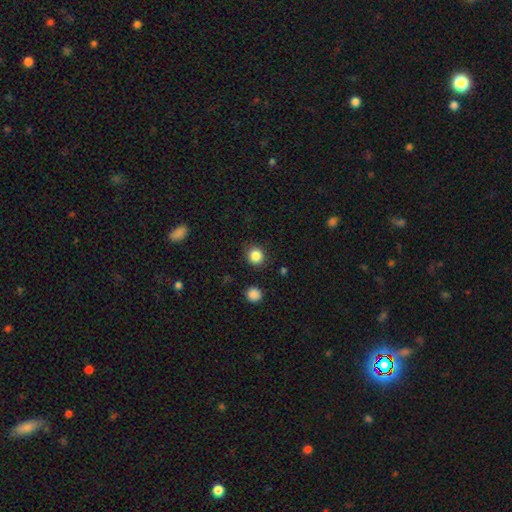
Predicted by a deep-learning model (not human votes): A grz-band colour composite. It shows a smooth galaxy with no disk features (86%) that is round (90%). Merging: none (88%).